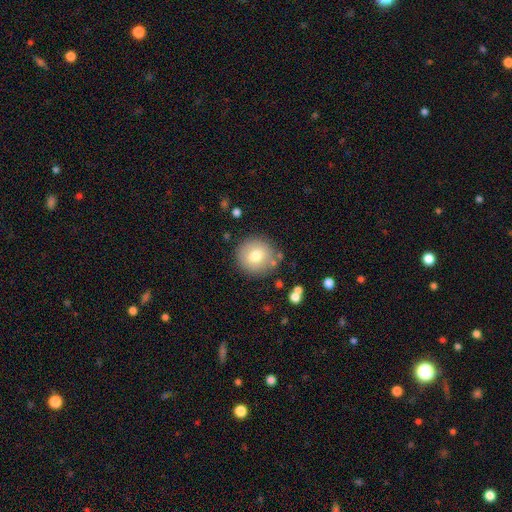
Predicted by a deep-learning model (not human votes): Smooth or featured: smooth — 74% (featured or disk — 17%)
How rounded: round — 94% (in between — 5%)
Merging: none — 85% (minor disturbance — 9%)